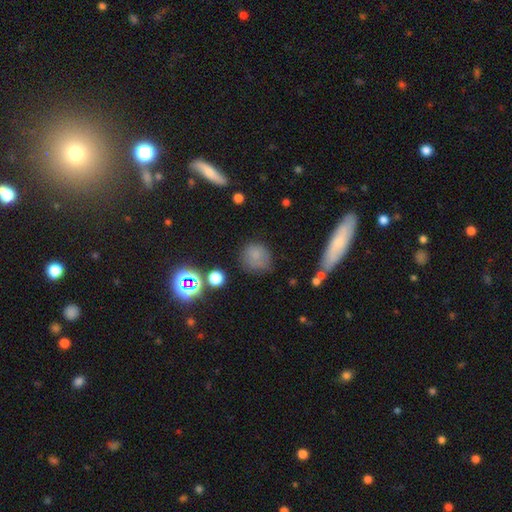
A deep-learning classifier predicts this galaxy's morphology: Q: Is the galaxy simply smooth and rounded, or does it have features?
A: smooth — 74%.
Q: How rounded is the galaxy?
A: round — 86%.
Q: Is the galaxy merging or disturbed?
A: none — 67%.